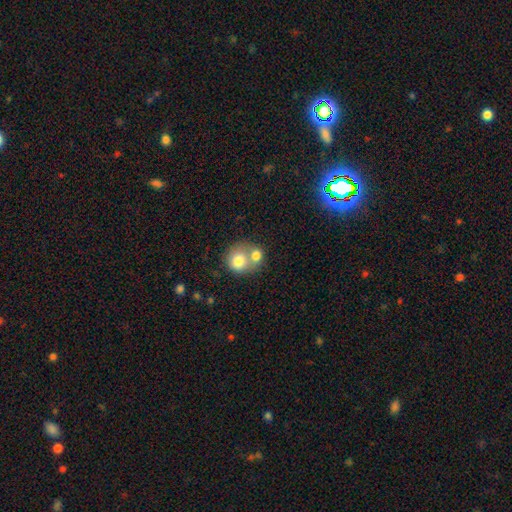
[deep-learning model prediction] smooth_or_featured: smooth (p=0.75) [alt: featured or disk p=0.17]
how_rounded: round (p=0.75) [alt: in between p=0.24]
merging: merger (p=0.64) [alt: none p=0.26]